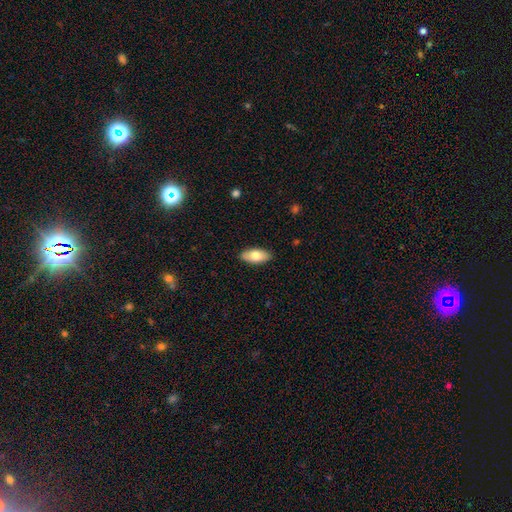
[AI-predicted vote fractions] The model was most divided on "smooth or featured": smooth: 76%, featured or disk: 18%, star or artifact: 6%. More confident: how rounded — in between (89%); merging — none (89%).